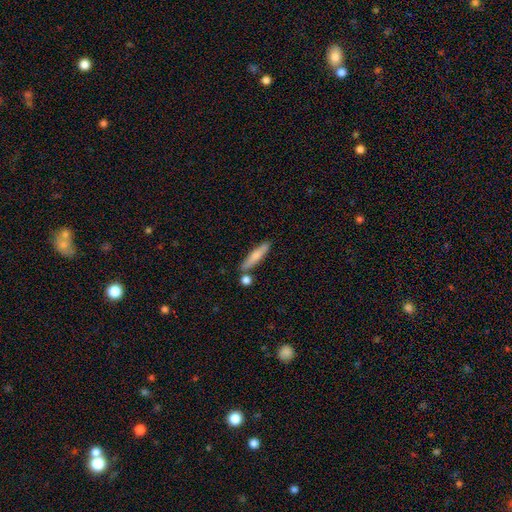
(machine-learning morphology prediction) type=smooth (70%); roundness=cigar-shaped (85%); merging=none (76%).